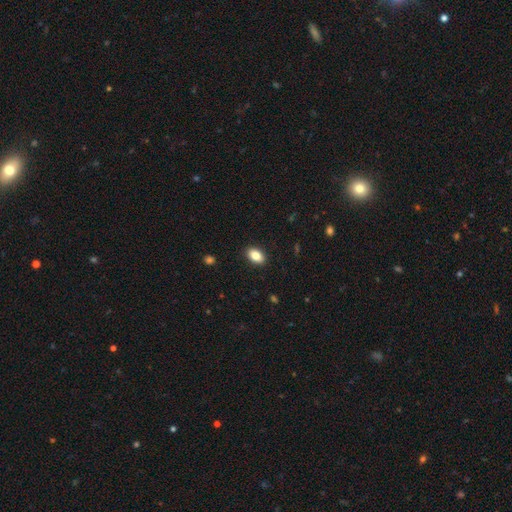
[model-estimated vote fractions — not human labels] smooth 85%, star or artifact 8%, featured or disk 7%. Down the decision tree: how rounded — in between (88%); merging — none (90%).